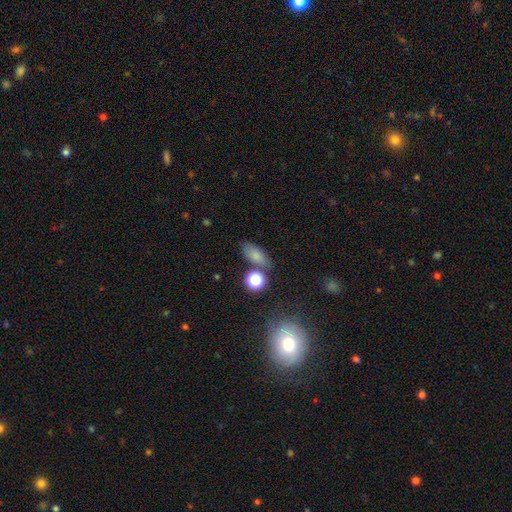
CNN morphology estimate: Q: Smooth or featured?
A: smooth (77%); runner-up: star or artifact (14%)
Q: How rounded?
A: in between (76%); runner-up: round (14%)
Q: Merging?
A: none (68%); runner-up: minor disturbance (15%)